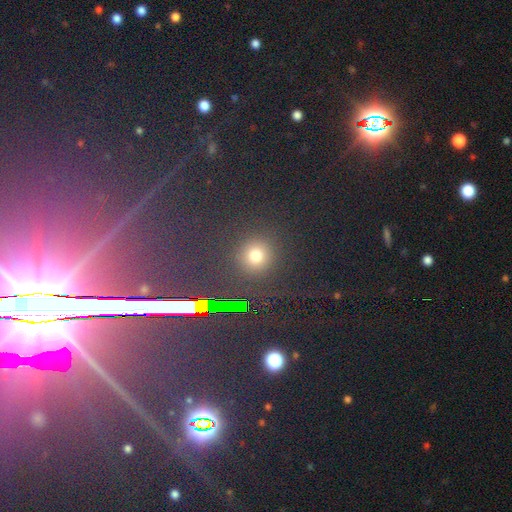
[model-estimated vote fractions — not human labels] smooth-or-featured: smooth: 68% | star or artifact: 25% | featured or disk: 8%
  how-rounded: round: 90% | in between: 8% | cigar-shaped: 2%
  merging: none: 84% | minor disturbance: 7% | major disturbance: 5% | merger: 3%